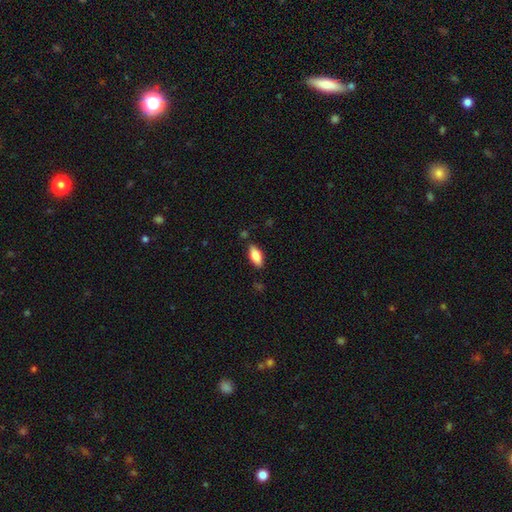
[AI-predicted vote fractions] This is clearly a smooth galaxy (83%). How rounded: clearly in between (85%). Merging: clearly none (83%).